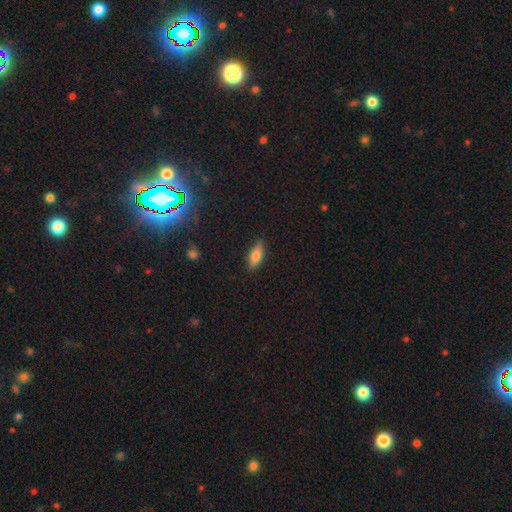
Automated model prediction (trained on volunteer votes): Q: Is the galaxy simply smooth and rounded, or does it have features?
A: smooth — 75%.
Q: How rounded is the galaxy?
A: in between — 73%.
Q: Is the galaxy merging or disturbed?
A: none — 85%.